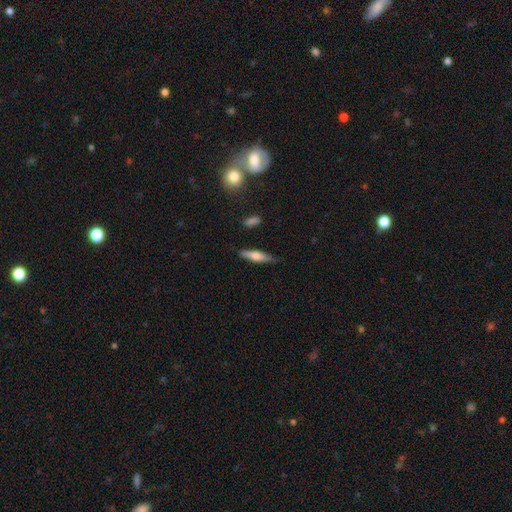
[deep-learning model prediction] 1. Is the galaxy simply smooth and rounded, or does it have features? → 52% smooth, 41% featured or disk, 6% star or artifact.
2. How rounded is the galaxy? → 76% cigar-shaped, 22% in between, 2% round.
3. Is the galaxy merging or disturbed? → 82% none, 14% minor disturbance, 3% major disturbance, 2% merger.